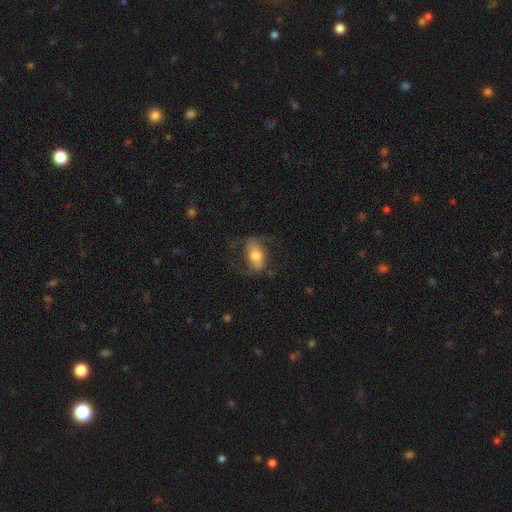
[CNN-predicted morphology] This is possibly a featured or disk galaxy (50%). It is clearly not viewed edge-on (90%). Merging: likely none (61%).